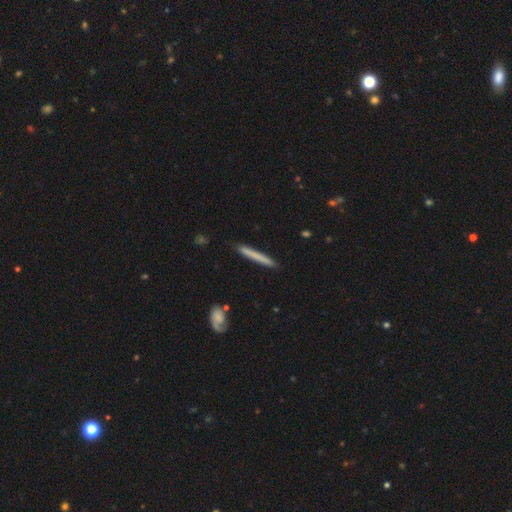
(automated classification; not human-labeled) Q: Smooth or featured?
A: smooth (68%); runner-up: featured or disk (26%)
Q: How rounded?
A: cigar-shaped (97%); runner-up: in between (2%)
Q: Merging?
A: none (89%); runner-up: minor disturbance (8%)